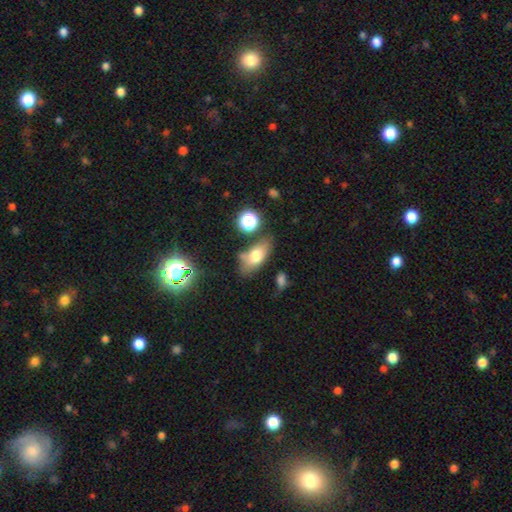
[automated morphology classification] A smooth galaxy with no disk features (69%) that is in between round and cigar-shaped (85%). Merging: none (67%).